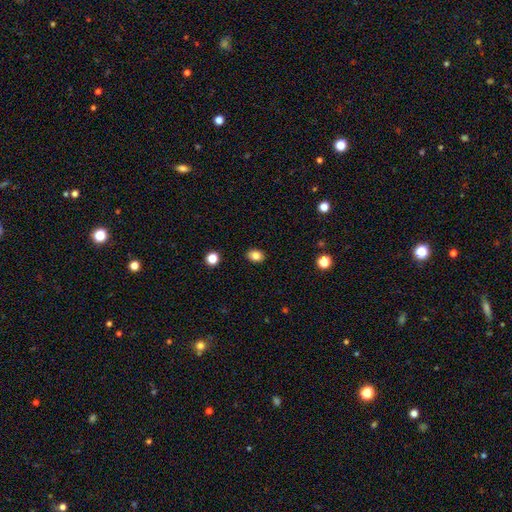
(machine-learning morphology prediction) smooth-or-featured: smooth: 83% | star or artifact: 10% | featured or disk: 6%
  how-rounded: in between: 63% | round: 36% | cigar-shaped: 1%
  merging: none: 89% | minor disturbance: 8% | major disturbance: 2% | merger: 1%